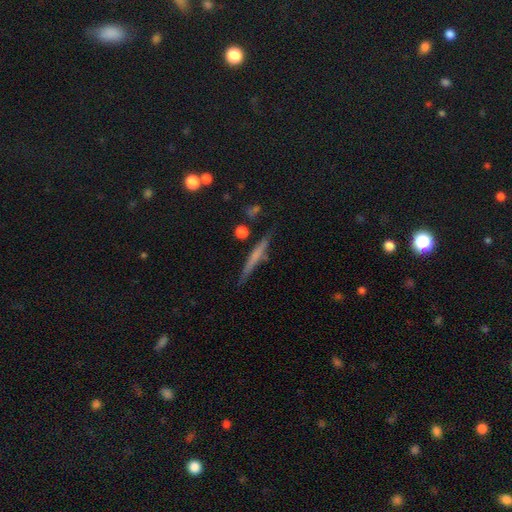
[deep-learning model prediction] smooth-or-featured: smooth: 47% | featured or disk: 46% | star or artifact: 8%
  merging: none: 81% | minor disturbance: 12% | merger: 3% | major disturbance: 3%